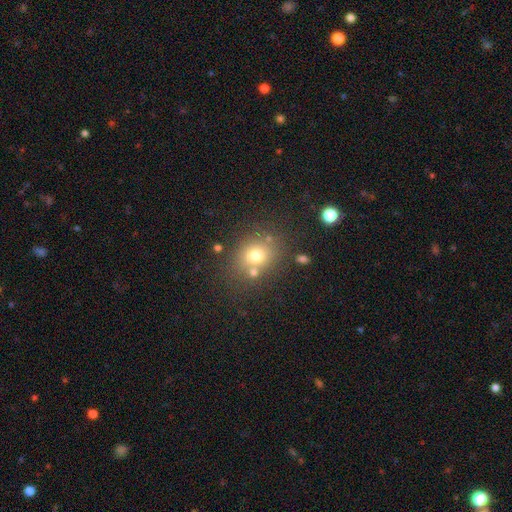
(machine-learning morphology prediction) smooth-or-featured: smooth: 72% | star or artifact: 15% | featured or disk: 13%
  how-rounded: round: 63% | in between: 36% | cigar-shaped: 1%
  merging: none: 70% | merger: 13% | minor disturbance: 12% | major disturbance: 5%